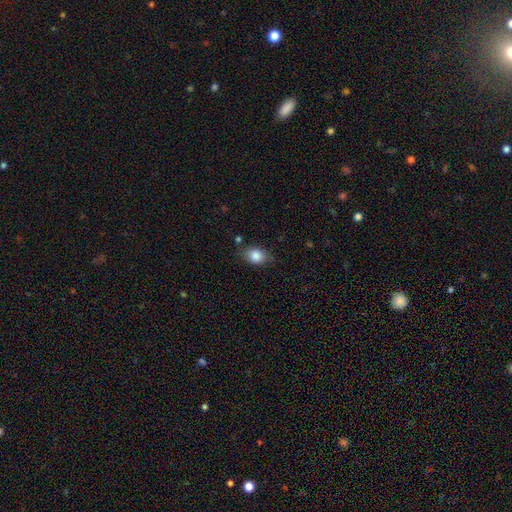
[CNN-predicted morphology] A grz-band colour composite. It shows a smooth galaxy with no disk features (84%) that is in between round and cigar-shaped (72%). Merging: none (74%).